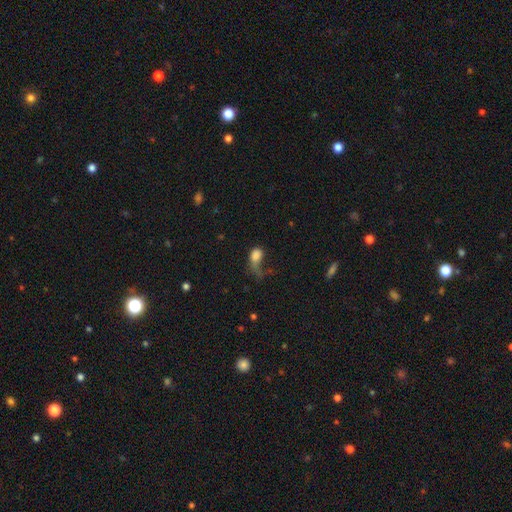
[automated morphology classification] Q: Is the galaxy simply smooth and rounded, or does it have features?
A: smooth — 71%.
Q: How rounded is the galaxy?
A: in between — 72%.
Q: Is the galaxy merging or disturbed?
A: major disturbance — 56%.